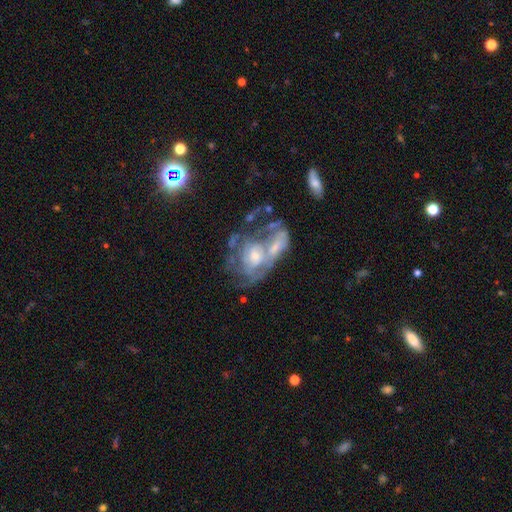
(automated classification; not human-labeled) Smooth or featured? featured or disk (73%)
Edge-on disk? no (96%)
Bar? no (76%)
Spiral arms? yes (56%)
Bulge size? moderate (46%)
Merging? merger (47%)